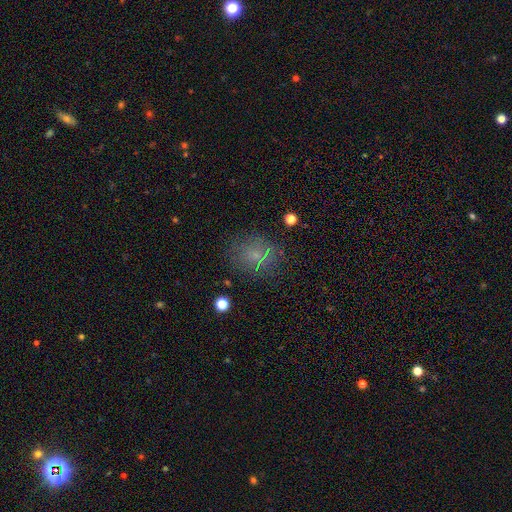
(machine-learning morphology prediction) Smooth or featured?
  - smooth: 56% *
  - star or artifact: 24%
  - featured or disk: 21%
How rounded?
  - round: 67% *
  - in between: 31%
  - cigar-shaped: 1%
Merging?
  - none: 68% *
  - minor disturbance: 17%
  - major disturbance: 12%
  - merger: 4%